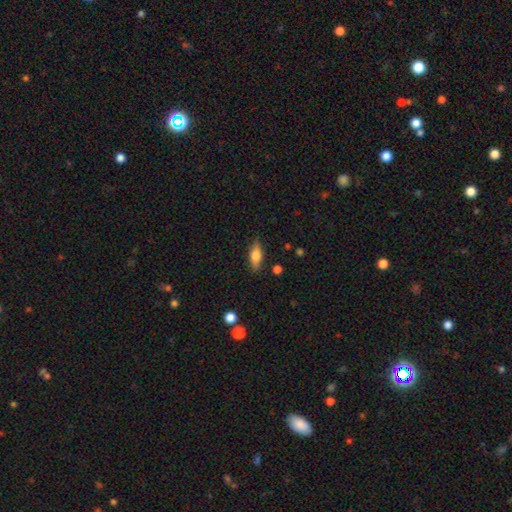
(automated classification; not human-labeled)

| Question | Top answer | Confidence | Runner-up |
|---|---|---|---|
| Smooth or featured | smooth | 62% | featured or disk (30%) |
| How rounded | in between | 69% | cigar-shaped (27%) |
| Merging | none | 83% | minor disturbance (13%) |